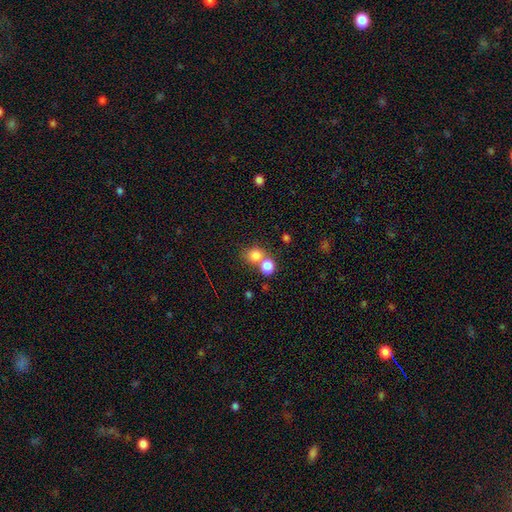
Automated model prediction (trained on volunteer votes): Smooth or featured?
  - smooth: 80% *
  - star or artifact: 12%
  - featured or disk: 8%
How rounded?
  - round: 72% *
  - in between: 27%
  - cigar-shaped: 1%
Merging?
  - none: 47% *
  - merger: 41%
  - minor disturbance: 8%
  - major disturbance: 4%